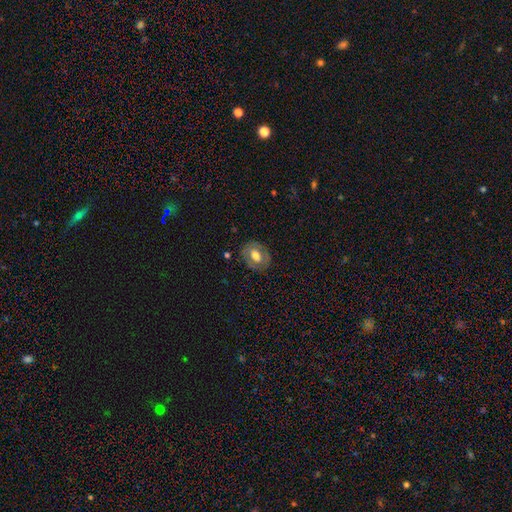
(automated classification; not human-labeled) This is possibly a smooth galaxy (49%). Merging: likely none (80%).